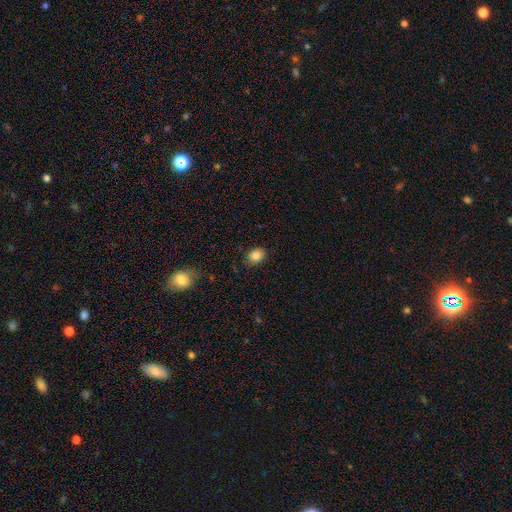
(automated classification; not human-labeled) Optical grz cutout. It shows a smooth galaxy with no disk features (86%) that is in between round and cigar-shaped (65%). Merging: none (84%).